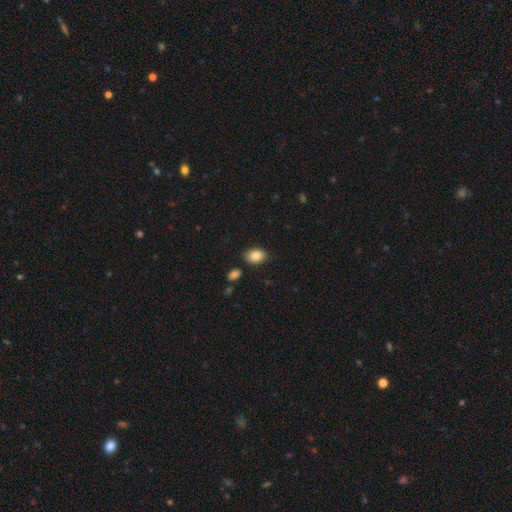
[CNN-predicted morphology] smooth_or_featured: smooth (p=0.87) [alt: star or artifact p=0.08]
how_rounded: in between (p=0.81) [alt: round p=0.18]
merging: none (p=0.83) [alt: minor disturbance p=0.11]